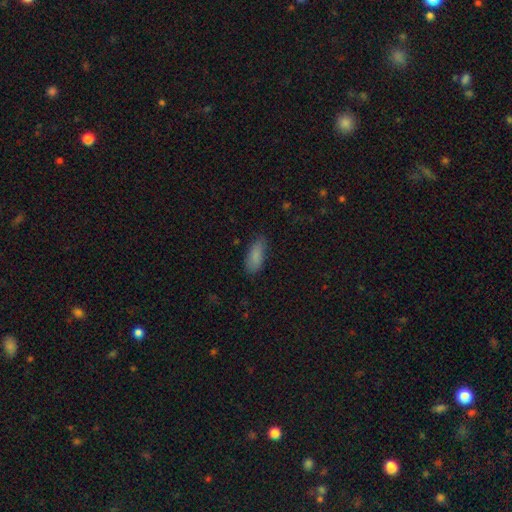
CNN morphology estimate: smooth_or_featured: smooth (p=0.86) [alt: star or artifact p=0.07]
how_rounded: in between (p=0.75) [alt: cigar-shaped p=0.23]
merging: none (p=0.74) [alt: minor disturbance p=0.20]